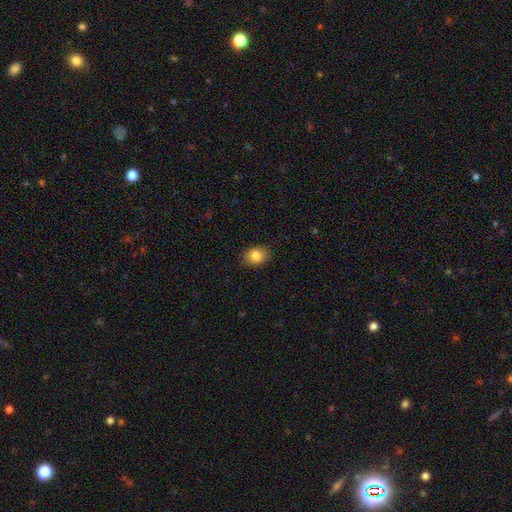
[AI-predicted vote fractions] This appears to be a smooth galaxy with no disk features (85%) that is in between round and cigar-shaped (61%). Merging: none (85%).